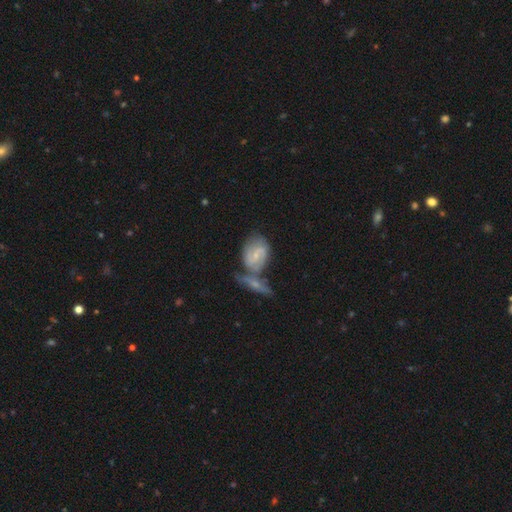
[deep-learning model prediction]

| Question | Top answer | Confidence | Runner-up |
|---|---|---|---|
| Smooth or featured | featured or disk | 70% | smooth (24%) |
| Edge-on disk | no | 95% | yes (5%) |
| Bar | weak | 52% | no (30%) |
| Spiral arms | yes | 88% | no (12%) |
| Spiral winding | medium | 43% | tight (40%) |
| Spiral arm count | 2 | 68% | can't tell (20%) |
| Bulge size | small | 65% | moderate (27%) |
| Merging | merger | 50% | none (31%) |